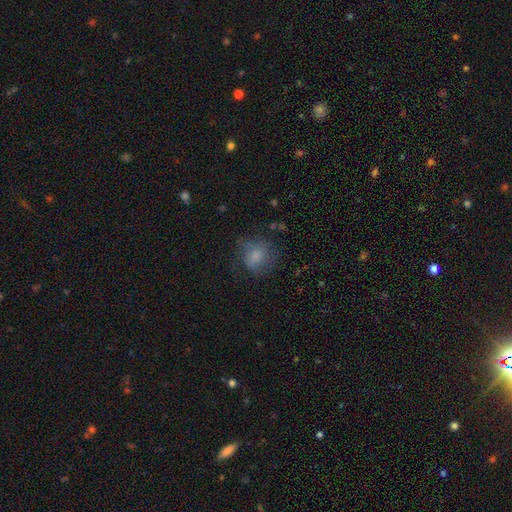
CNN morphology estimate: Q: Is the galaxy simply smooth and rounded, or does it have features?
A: smooth — 68%.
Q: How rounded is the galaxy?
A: round — 71%.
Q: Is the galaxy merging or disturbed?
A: none — 58%.